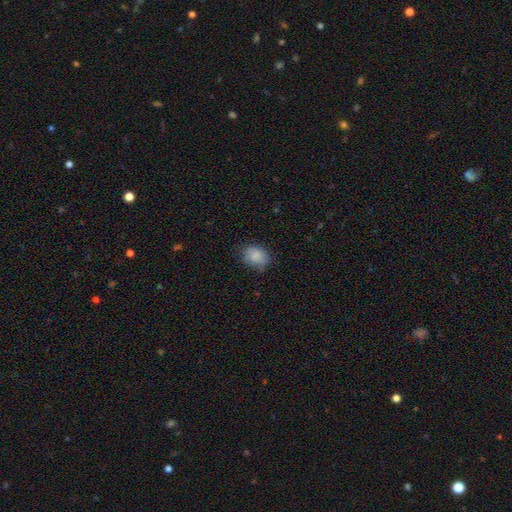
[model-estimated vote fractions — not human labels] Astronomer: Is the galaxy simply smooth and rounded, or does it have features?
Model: smooth — 85%.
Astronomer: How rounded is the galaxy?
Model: in between — 61% (runner-up: round, 38%).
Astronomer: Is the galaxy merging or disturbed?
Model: none — 72%.